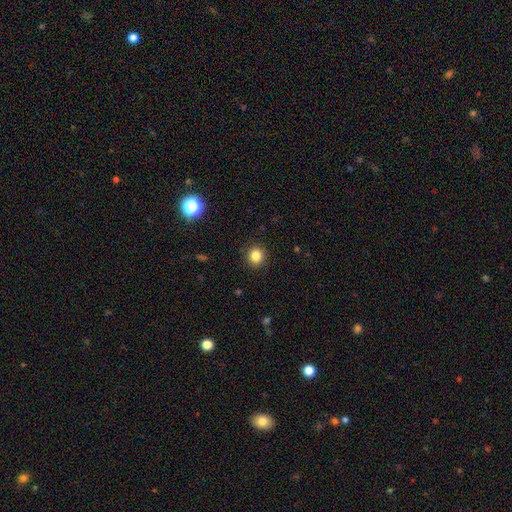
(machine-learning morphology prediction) Q: Smooth or featured?
A: smooth (83%); runner-up: star or artifact (12%)
Q: How rounded?
A: round (89%); runner-up: in between (10%)
Q: Merging?
A: none (91%); runner-up: minor disturbance (6%)